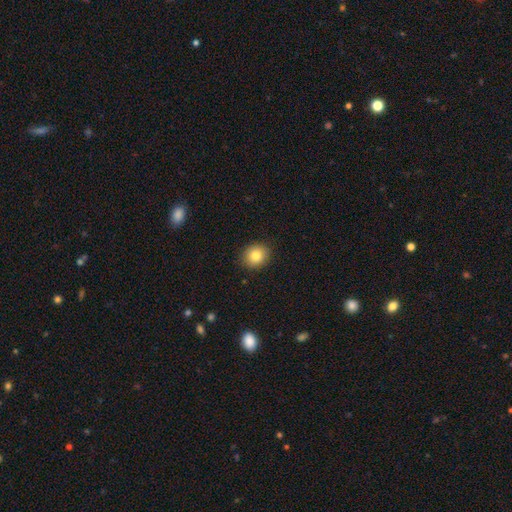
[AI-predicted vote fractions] A smooth galaxy with no disk features (82%) that is round (78%). Merging: none (90%).